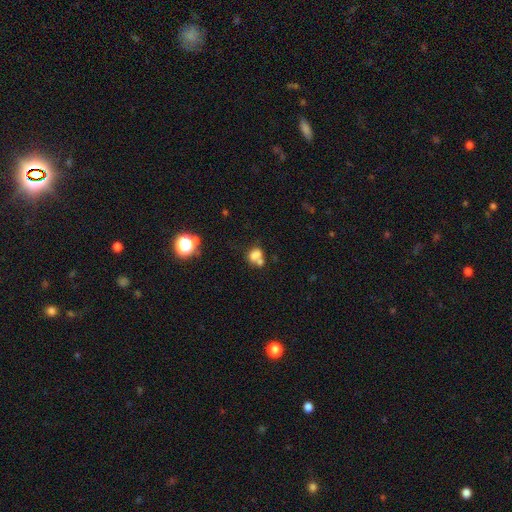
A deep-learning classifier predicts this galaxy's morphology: smooth_or_featured: smooth (p=0.67) [alt: featured or disk p=0.18]
how_rounded: in between (p=0.51) [alt: round p=0.48]
merging: merger (p=0.53) [alt: none p=0.29]